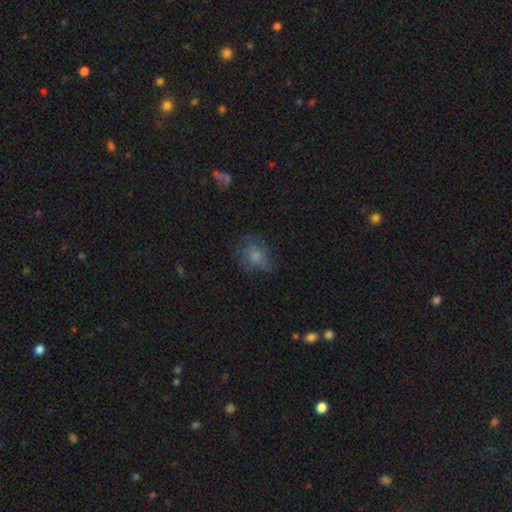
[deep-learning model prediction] Overall: smooth (60%; featured or disk 28%). How rounded: round (52%; in between 47%). Merging: none (54%; minor disturbance 26%).